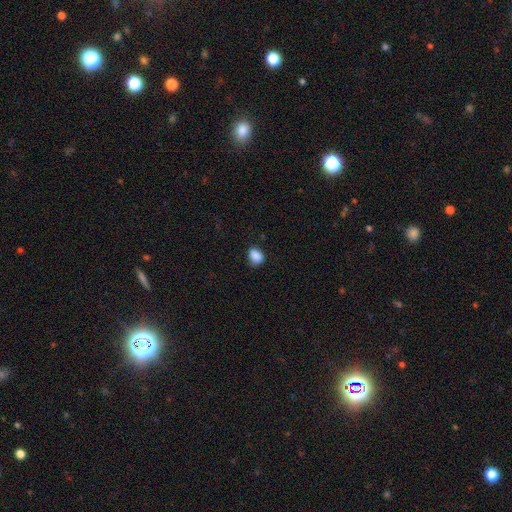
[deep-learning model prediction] This is clearly a smooth galaxy (88%). How rounded: likely in between (62%). Merging: likely none (70%).